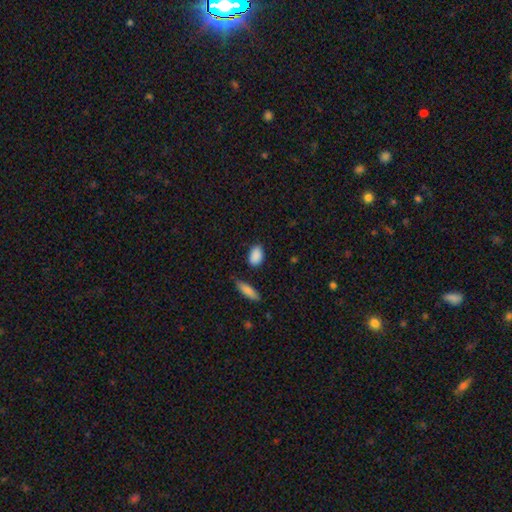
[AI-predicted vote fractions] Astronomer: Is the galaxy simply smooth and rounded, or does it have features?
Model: smooth — 89%.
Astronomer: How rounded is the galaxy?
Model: in between — 87%.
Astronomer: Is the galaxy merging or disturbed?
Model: none — 81%.